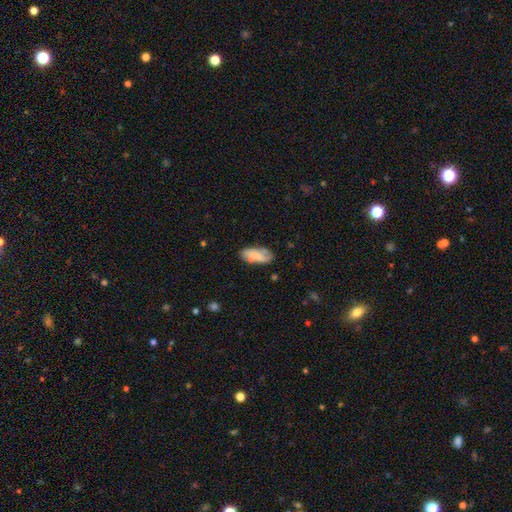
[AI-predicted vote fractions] The model was most divided on "smooth or featured": smooth: 67%, featured or disk: 26%, star or artifact: 7%. More confident: how rounded — in between (83%); merging — none (67%).